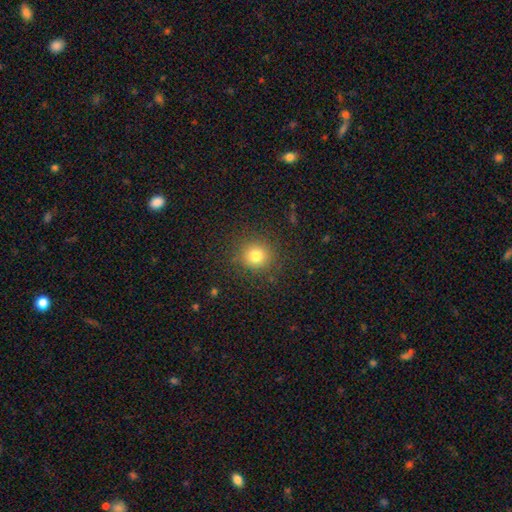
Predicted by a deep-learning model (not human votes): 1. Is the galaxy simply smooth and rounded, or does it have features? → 78% smooth, 14% star or artifact, 7% featured or disk.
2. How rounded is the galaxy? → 92% round, 7% in between, 1% cigar-shaped.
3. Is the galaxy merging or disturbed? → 88% none, 8% minor disturbance, 3% major disturbance, 1% merger.